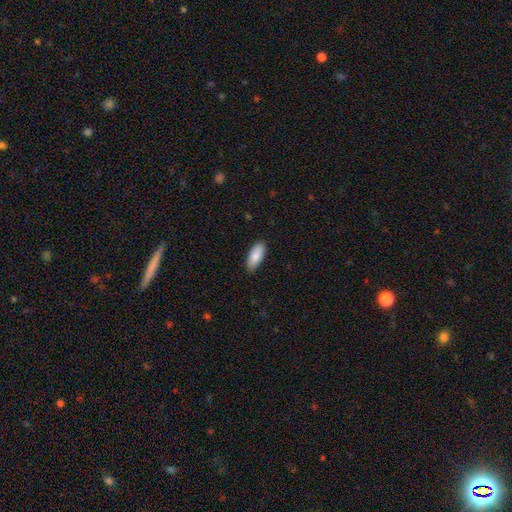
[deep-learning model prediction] smooth_or_featured: smooth (p=0.87) [alt: featured or disk p=0.07]
how_rounded: in between (p=0.82) [alt: cigar-shaped p=0.16]
merging: none (p=0.87) [alt: minor disturbance p=0.10]